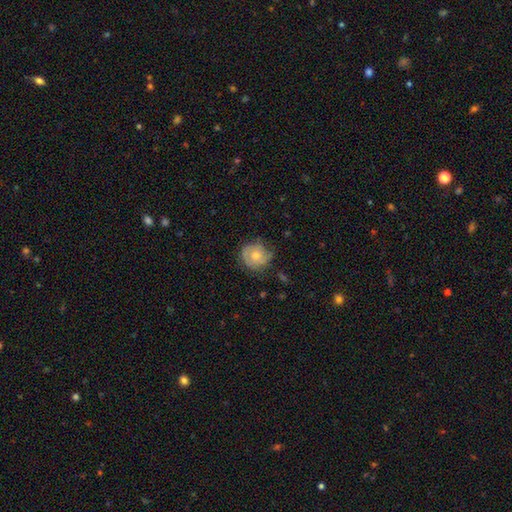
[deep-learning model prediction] smooth-or-featured: smooth: 49% | featured or disk: 44% | star or artifact: 7%
  merging: none: 65% | minor disturbance: 25% | major disturbance: 8% | merger: 1%